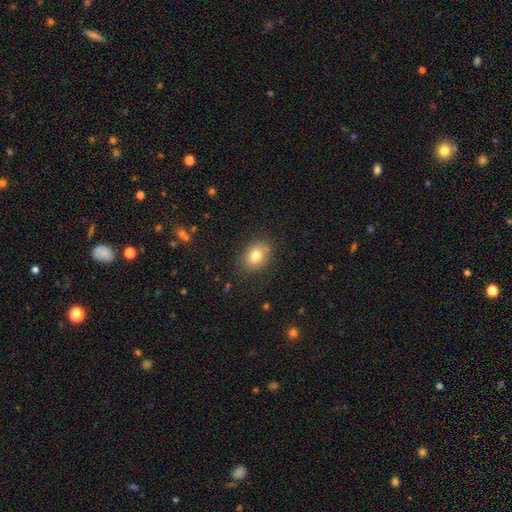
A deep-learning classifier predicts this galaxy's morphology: A smooth galaxy with no disk features (80%) that is in between round and cigar-shaped (64%). Merging: none (81%).